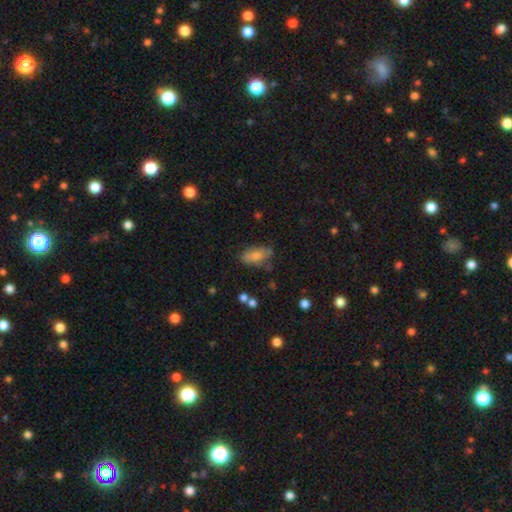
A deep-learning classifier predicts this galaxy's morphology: Smooth or featured: smooth — 76% (featured or disk — 16%)
How rounded: in between — 89% (cigar-shaped — 7%)
Merging: none — 61% (minor disturbance — 27%)